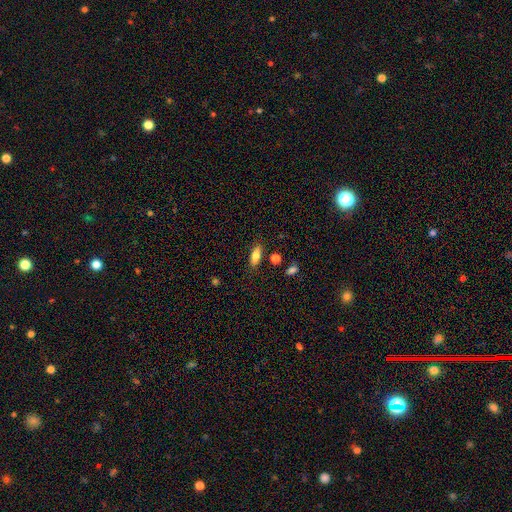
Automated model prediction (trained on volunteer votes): smooth 78%, featured or disk 15%, star or artifact 8%. Down the decision tree: how rounded — in between (70%); merging — none (83%).